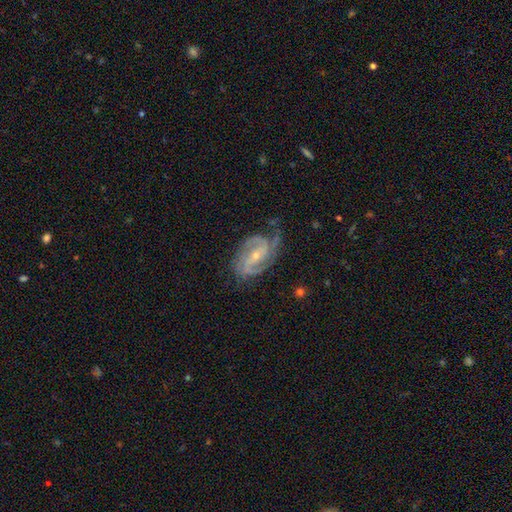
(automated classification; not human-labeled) Q: Smooth or featured?
A: featured or disk (90%); runner-up: star or artifact (5%)
Q: Edge-on disk?
A: no (97%); runner-up: yes (3%)
Q: Bar?
A: weak (41%); runner-up: no (31%)
Q: Spiral arms?
A: yes (98%); runner-up: no (2%)
Q: Spiral winding?
A: medium (47%); runner-up: tight (42%)
Q: Spiral arm count?
A: 2 (61%); runner-up: 3 (20%)
Q: Bulge size?
A: small (67%); runner-up: moderate (30%)
Q: Merging?
A: none (66%); runner-up: minor disturbance (22%)